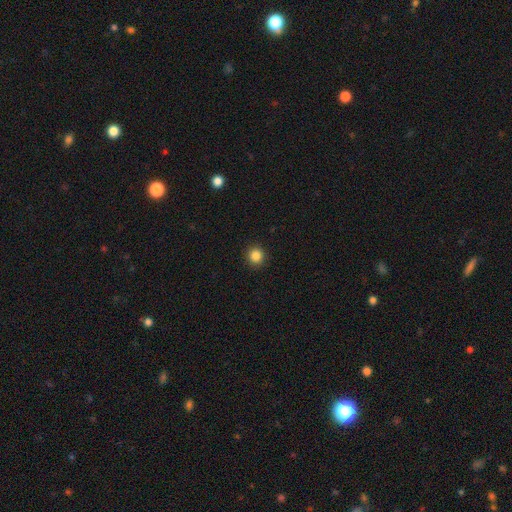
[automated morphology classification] Smooth or featured?
  - smooth: 85% *
  - star or artifact: 11%
  - featured or disk: 3%
How rounded?
  - round: 93% *
  - in between: 6%
  - cigar-shaped: 1%
Merging?
  - none: 92% *
  - minor disturbance: 5%
  - major disturbance: 2%
  - merger: 1%